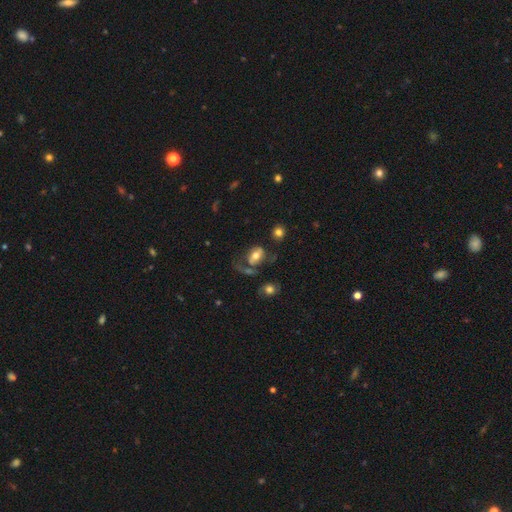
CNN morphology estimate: Q: Smooth or featured?
A: smooth (57%); runner-up: featured or disk (33%)
Q: How rounded?
A: in between (71%); runner-up: round (28%)
Q: Merging?
A: none (35%); runner-up: major disturbance (28%)